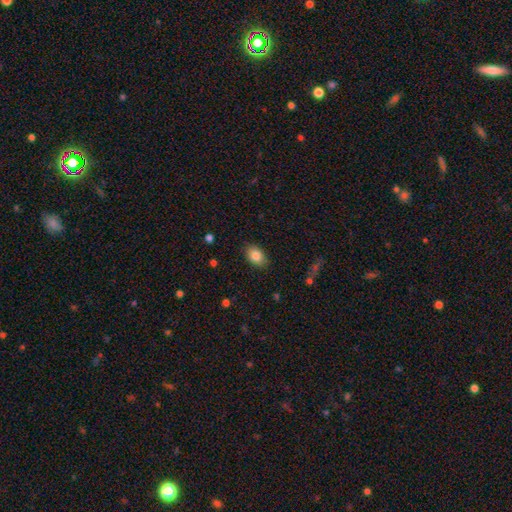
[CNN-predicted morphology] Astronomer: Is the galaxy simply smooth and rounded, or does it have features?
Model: smooth — 85%.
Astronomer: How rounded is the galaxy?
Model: in between — 82%.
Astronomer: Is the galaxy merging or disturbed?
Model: none — 86%.